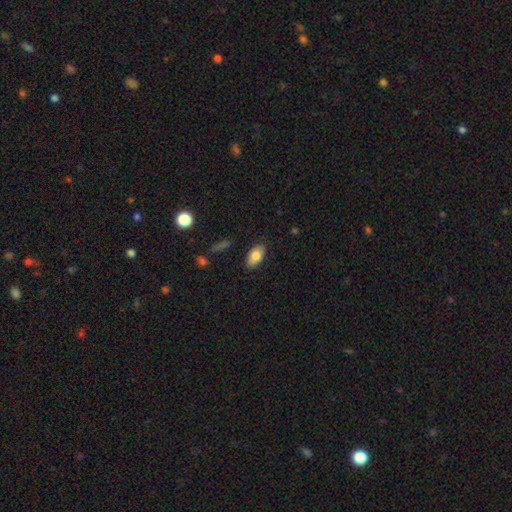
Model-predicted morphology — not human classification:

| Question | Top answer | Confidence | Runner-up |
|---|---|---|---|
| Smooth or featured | smooth | 82% | featured or disk (11%) |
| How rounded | in between | 92% | round (4%) |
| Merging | none | 85% | minor disturbance (11%) |